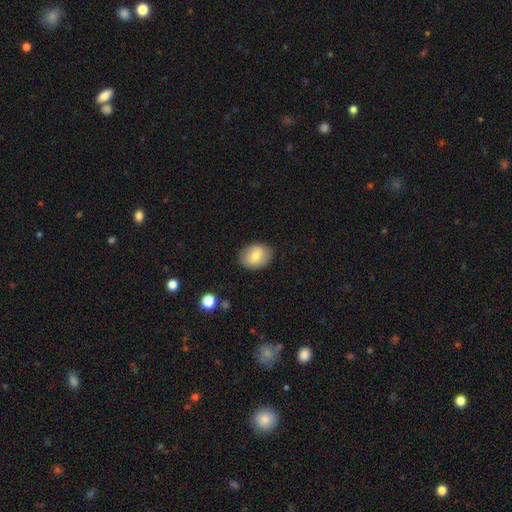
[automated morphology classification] Smooth or featured? Predicted: smooth (p=0.74). How rounded? Predicted: in between (p=0.66). Merging? Predicted: none (p=0.83).